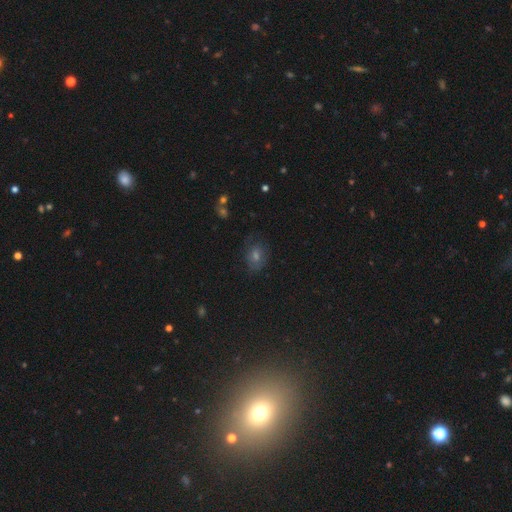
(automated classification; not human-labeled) Morphology: type=smooth (45%); merging=none (76%).